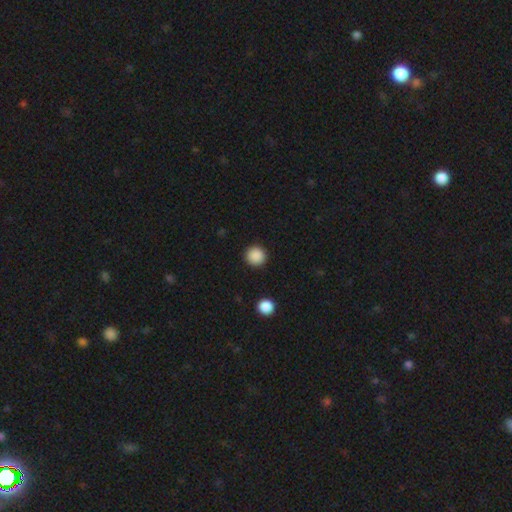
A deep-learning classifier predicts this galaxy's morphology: A smooth galaxy with no disk features (88%) that is round (95%). Merging: none (92%).